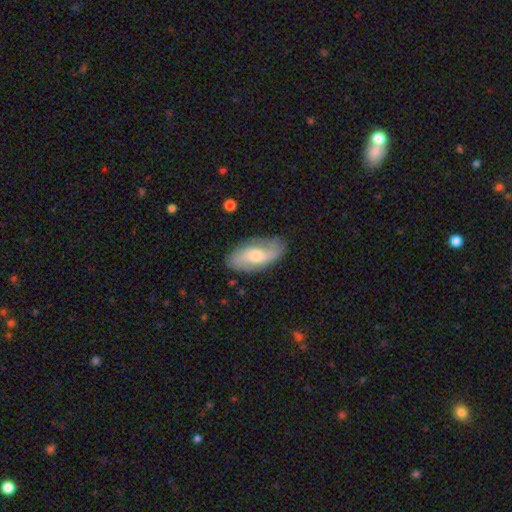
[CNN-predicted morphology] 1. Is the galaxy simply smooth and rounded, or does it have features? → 58% featured or disk, 36% smooth, 6% star or artifact.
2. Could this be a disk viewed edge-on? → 91% no, 9% yes.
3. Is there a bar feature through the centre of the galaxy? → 52% no, 38% weak, 11% strong.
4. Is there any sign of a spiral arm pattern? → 85% yes, 15% no.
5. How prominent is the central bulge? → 54% moderate, 35% small, 7% large, 3% none, 1% dominant.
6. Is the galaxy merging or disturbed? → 78% none, 16% minor disturbance, 5% major disturbance, 1% merger.